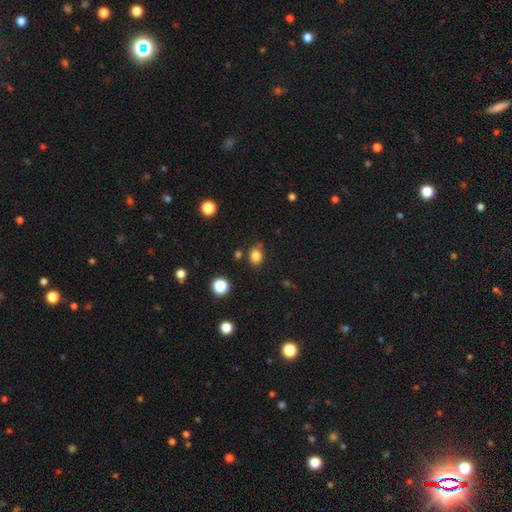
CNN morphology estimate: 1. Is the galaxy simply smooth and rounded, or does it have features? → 82% smooth, 12% star or artifact, 5% featured or disk.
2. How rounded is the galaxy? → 52% round, 47% in between, 1% cigar-shaped.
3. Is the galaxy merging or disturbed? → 76% none, 16% minor disturbance, 5% merger, 4% major disturbance.